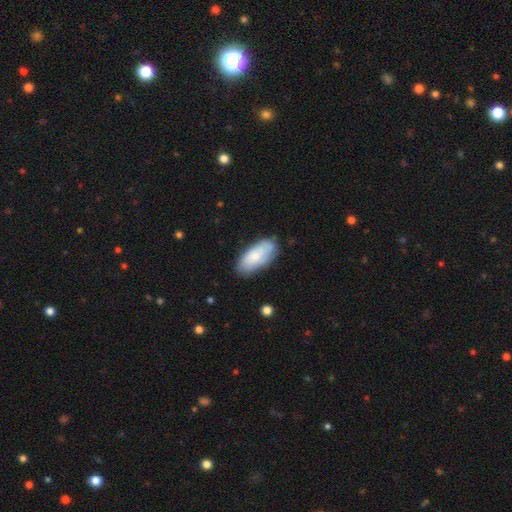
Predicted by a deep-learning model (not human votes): smooth_or_featured: smooth (p=0.72) [alt: featured or disk p=0.22]
how_rounded: in between (p=0.90) [alt: cigar-shaped p=0.08]
merging: none (p=0.70) [alt: minor disturbance p=0.22]